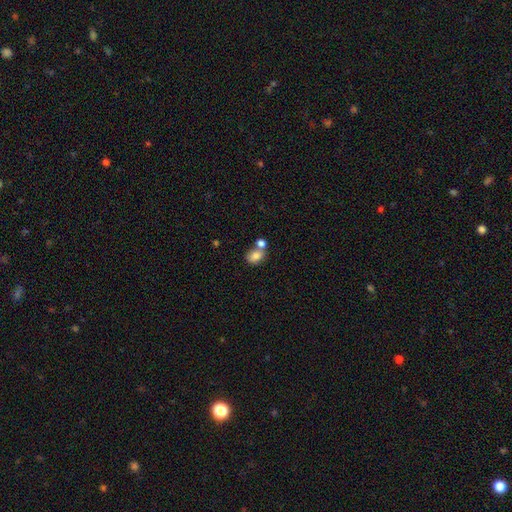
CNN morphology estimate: This appears to be a smooth galaxy with no disk features (80%) that is in between round and cigar-shaped (65%). Merging: none (43%).